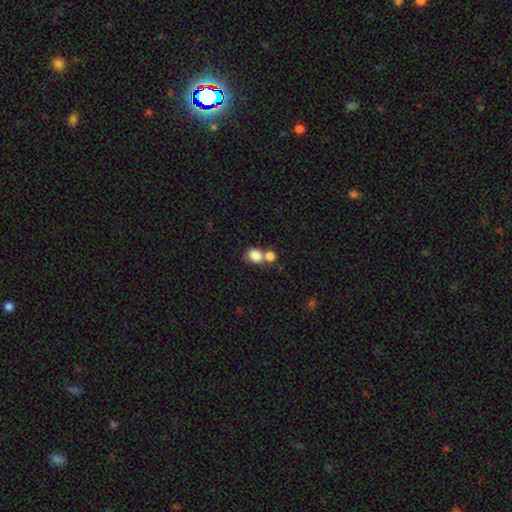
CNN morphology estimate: Smooth or featured: smooth — 83% (star or artifact — 9%)
How rounded: in between — 54% (round — 45%)
Merging: merger — 51% (none — 36%)